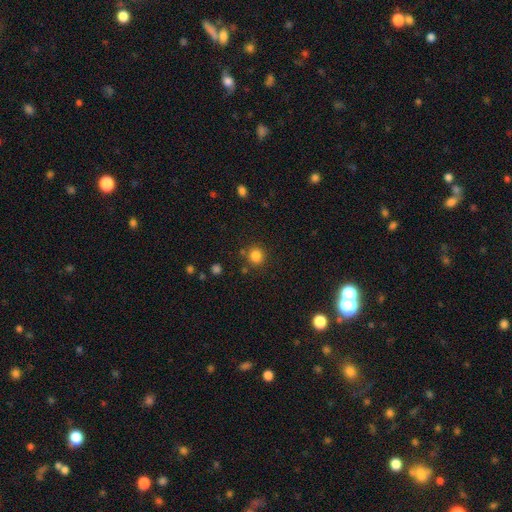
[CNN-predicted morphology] Q: Smooth or featured?
A: smooth (84%); runner-up: star or artifact (12%)
Q: How rounded?
A: round (89%); runner-up: in between (10%)
Q: Merging?
A: none (84%); runner-up: minor disturbance (9%)